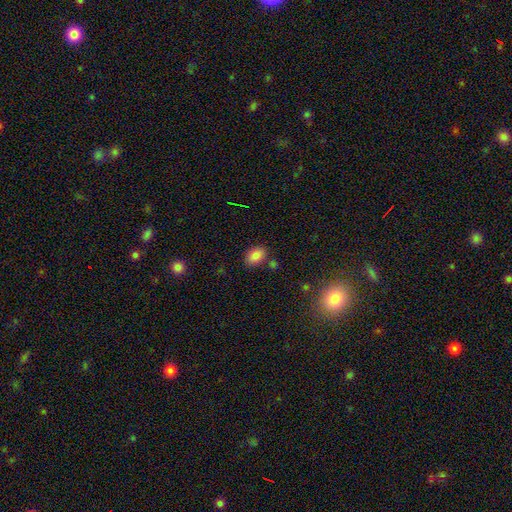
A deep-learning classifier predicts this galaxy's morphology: A smooth galaxy with no disk features (84%) that is in between round and cigar-shaped (82%). Merging: none (78%).